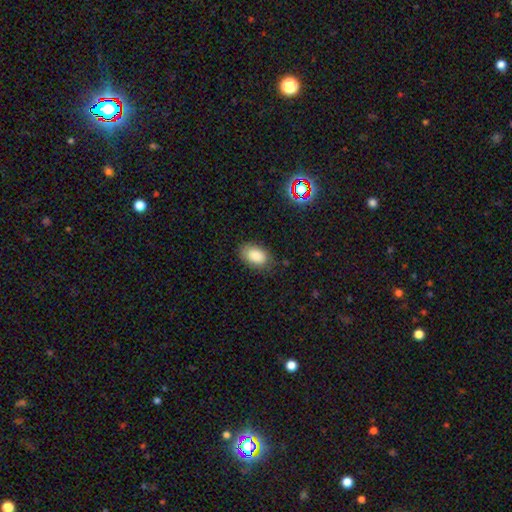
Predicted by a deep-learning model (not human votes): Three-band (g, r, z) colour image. It shows a smooth galaxy with no disk features (85%) that is in between round and cigar-shaped (90%). Merging: none (78%).